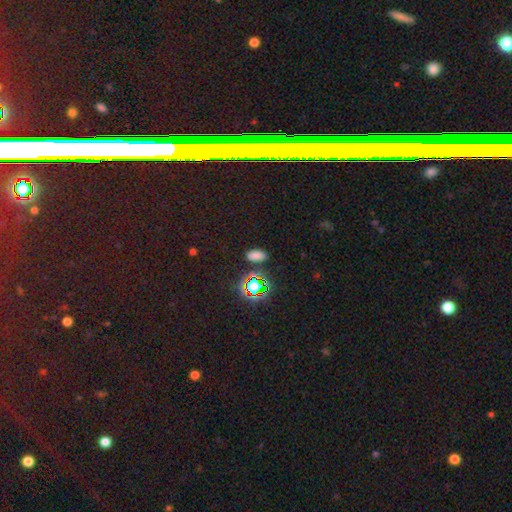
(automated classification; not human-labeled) A smooth galaxy with no disk features (68%) that is in between round and cigar-shaped (89%).

Vote fractions:
- Smooth or featured? smooth: 68% / star or artifact: 27% / featured or disk: 5%
- How rounded? in between: 89% / round: 6% / cigar-shaped: 4%
- Merging? none: 84% / minor disturbance: 10% / major disturbance: 3% / merger: 3%